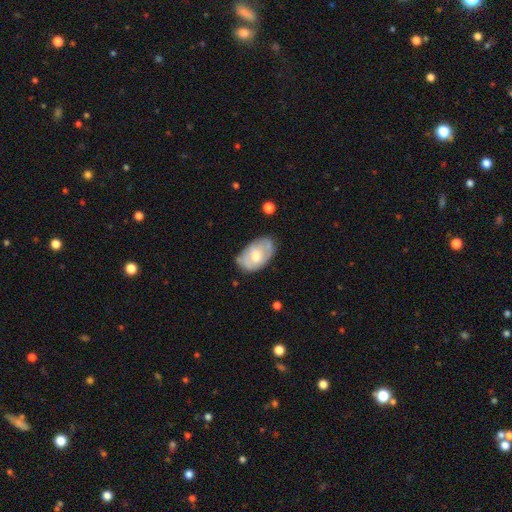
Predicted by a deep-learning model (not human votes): The model was most divided on "smooth or featured" (2-way tie): featured or disk: 47%, smooth: 47%, star or artifact: 6%. More confident: merging — none (65%).